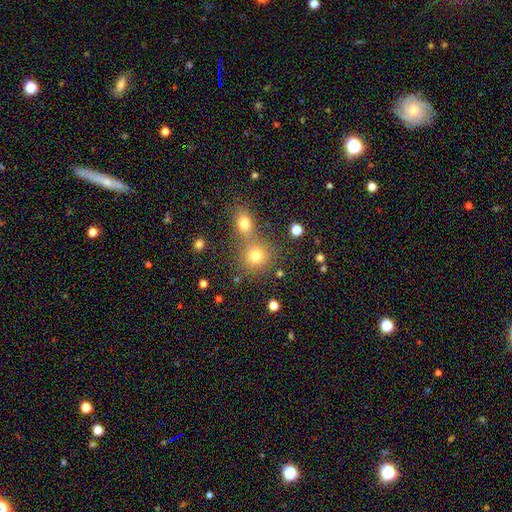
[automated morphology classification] This is likely a smooth galaxy (75%). How rounded: clearly round (87%). Merging: possibly none (58%).